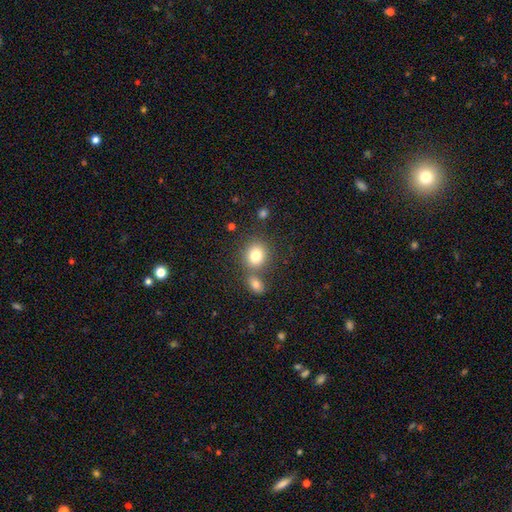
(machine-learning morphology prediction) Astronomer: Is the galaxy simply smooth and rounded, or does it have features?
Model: smooth — 80%.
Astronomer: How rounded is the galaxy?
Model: round — 76%.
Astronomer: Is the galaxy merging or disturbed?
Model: none — 63%.